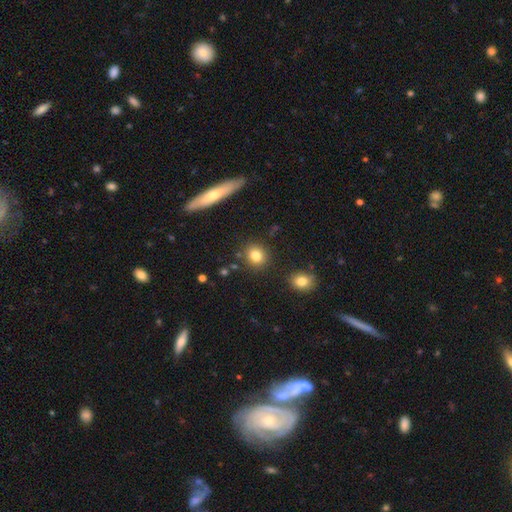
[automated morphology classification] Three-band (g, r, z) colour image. It shows a smooth galaxy with no disk features (82%) that is round (81%). Merging: none (87%).